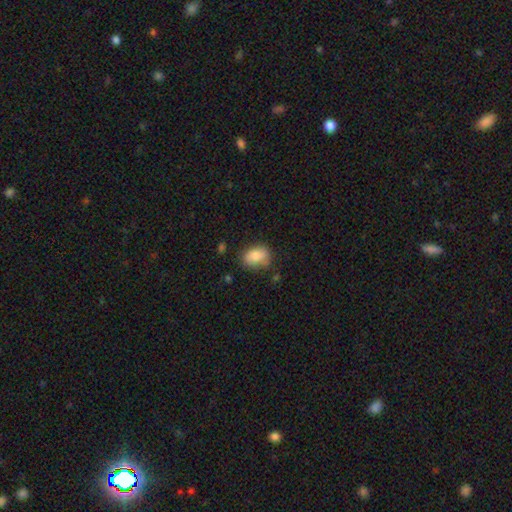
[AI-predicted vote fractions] Smooth or featured: smooth — 81% (featured or disk — 11%)
How rounded: in between — 77% (round — 22%)
Merging: none — 69% (minor disturbance — 22%)